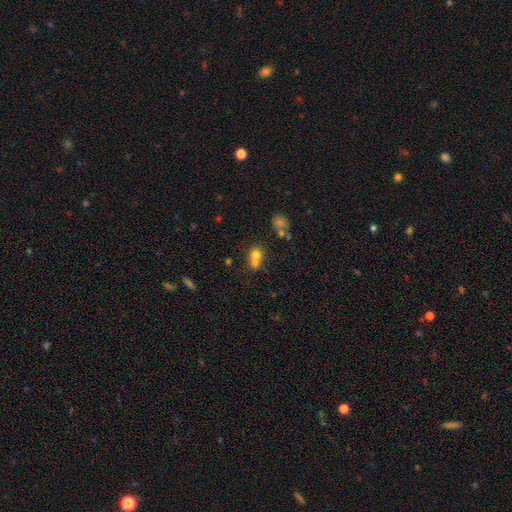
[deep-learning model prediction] Smooth or featured?
  - smooth: 71% *
  - featured or disk: 15%
  - star or artifact: 13%
How rounded?
  - round: 71% *
  - in between: 28%
  - cigar-shaped: 1%
Merging?
  - merger: 57% *
  - none: 32%
  - minor disturbance: 7%
  - major disturbance: 3%